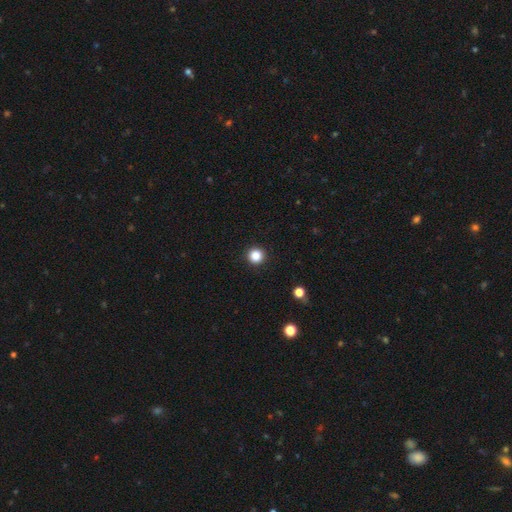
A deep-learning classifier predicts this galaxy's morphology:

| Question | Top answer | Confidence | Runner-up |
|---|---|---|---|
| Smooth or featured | smooth | 85% | star or artifact (12%) |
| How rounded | round | 96% | in between (3%) |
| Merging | none | 93% | minor disturbance (4%) |